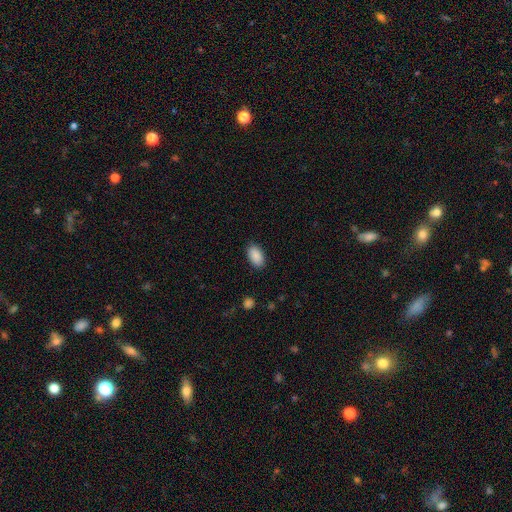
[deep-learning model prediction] smooth 90%, star or artifact 7%, featured or disk 3%. Down the decision tree: how rounded — in between (94%); merging — none (87%).